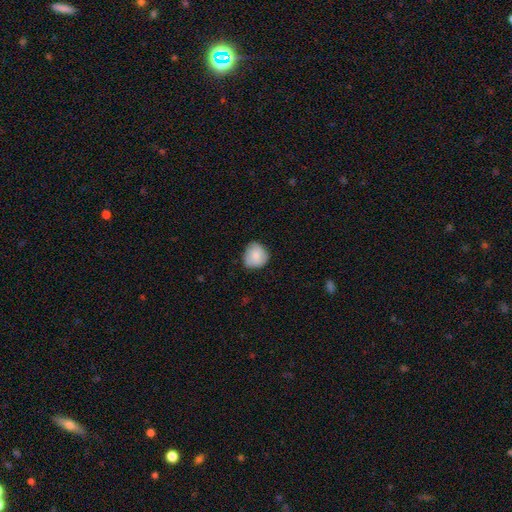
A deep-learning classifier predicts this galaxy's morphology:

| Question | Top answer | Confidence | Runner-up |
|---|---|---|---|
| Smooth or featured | smooth | 79% | featured or disk (15%) |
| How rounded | round | 82% | in between (17%) |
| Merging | none | 72% | minor disturbance (23%) |